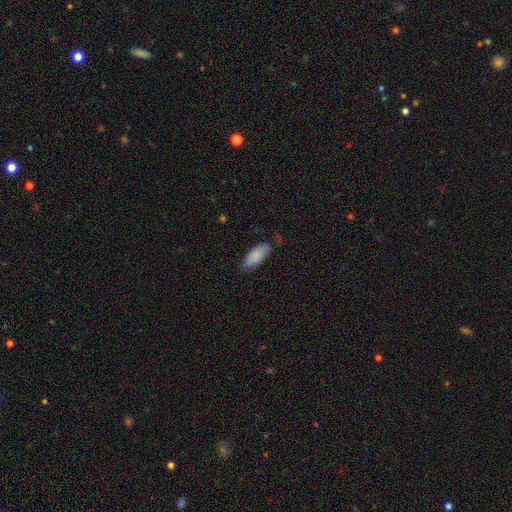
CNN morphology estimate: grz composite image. It shows a smooth galaxy with no disk features (85%) that is in between round and cigar-shaped (85%). Merging: none (70%).